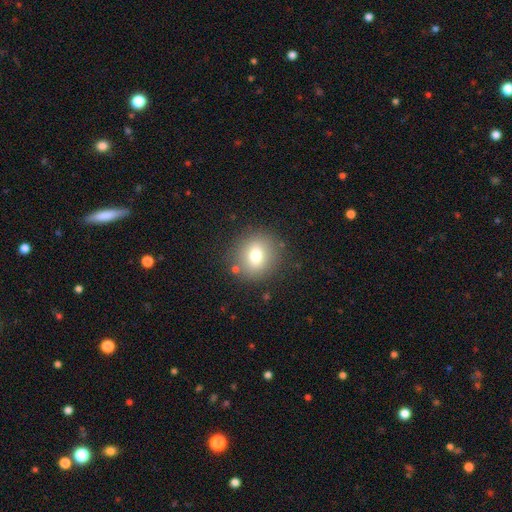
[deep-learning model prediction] smooth-or-featured: smooth: 74% | featured or disk: 15% | star or artifact: 12%
  how-rounded: round: 84% | in between: 15% | cigar-shaped: 1%
  merging: none: 84% | minor disturbance: 9% | major disturbance: 4% | merger: 3%